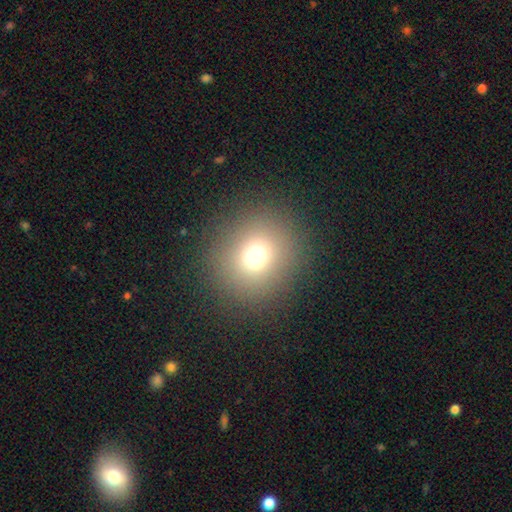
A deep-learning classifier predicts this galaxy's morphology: Smooth or featured: smooth — 69% (star or artifact — 21%)
How rounded: round — 86% (in between — 13%)
Merging: none — 88% (minor disturbance — 6%)